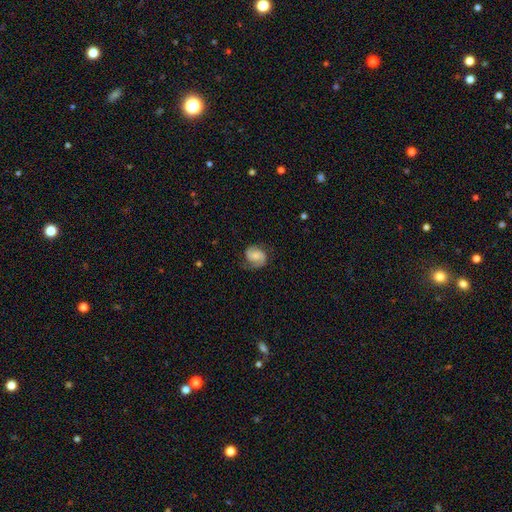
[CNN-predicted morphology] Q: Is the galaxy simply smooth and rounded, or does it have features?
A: featured or disk — 63%.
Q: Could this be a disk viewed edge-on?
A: no — 98%.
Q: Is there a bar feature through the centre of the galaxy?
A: no — 63%.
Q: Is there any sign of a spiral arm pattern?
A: yes — 94%.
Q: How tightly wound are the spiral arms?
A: medium — 44%.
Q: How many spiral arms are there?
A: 2 — 81%.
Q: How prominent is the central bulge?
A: small — 46%.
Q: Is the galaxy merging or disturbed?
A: none — 67%.